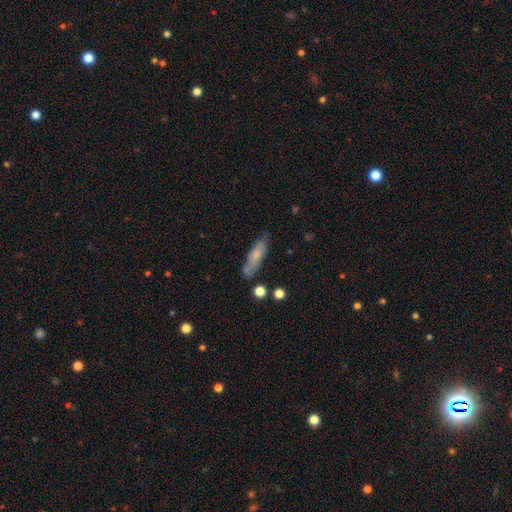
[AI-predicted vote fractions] Smooth or featured: smooth — 60% (featured or disk — 33%)
How rounded: cigar-shaped — 65% (in between — 33%)
Merging: none — 70% (minor disturbance — 20%)